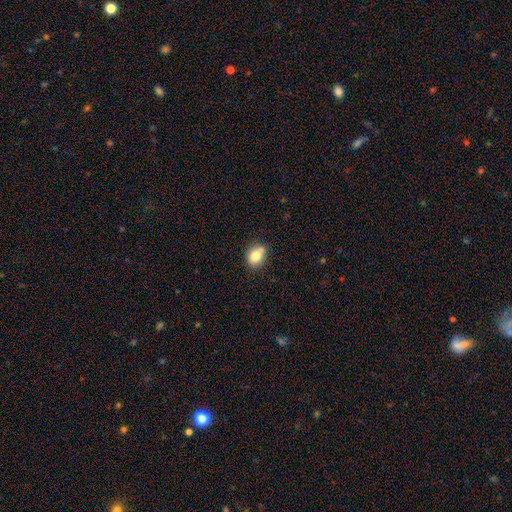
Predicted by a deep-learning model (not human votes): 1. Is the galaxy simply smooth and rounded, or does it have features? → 81% smooth, 10% featured or disk, 9% star or artifact.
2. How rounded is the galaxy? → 54% in between, 45% round, 1% cigar-shaped.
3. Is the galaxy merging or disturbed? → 70% none, 20% minor disturbance, 7% merger, 4% major disturbance.